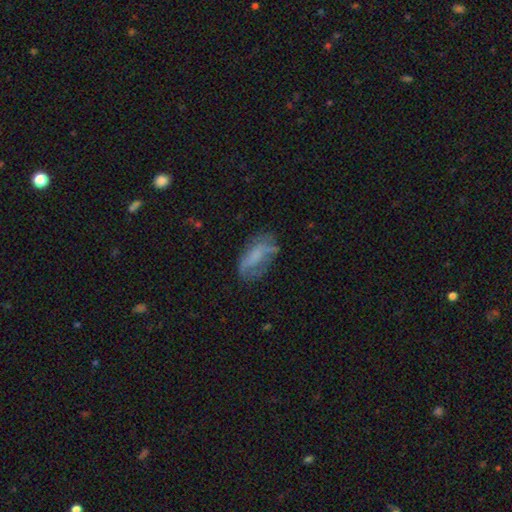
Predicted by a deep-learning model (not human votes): Morphology: type=smooth (50%); roundness=in between (85%); merging=none (50%).